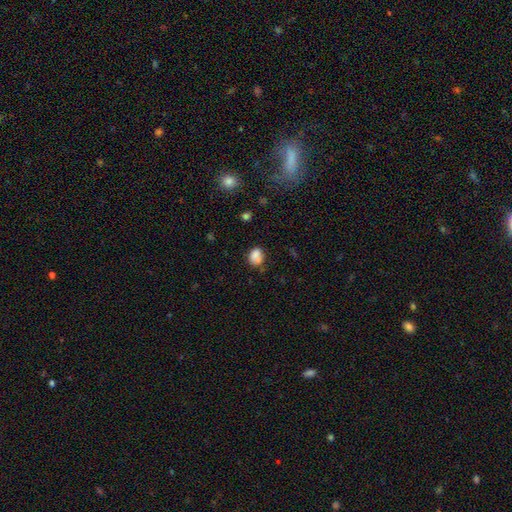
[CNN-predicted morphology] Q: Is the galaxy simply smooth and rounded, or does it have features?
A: smooth — 83%.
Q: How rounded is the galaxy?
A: in between — 55%.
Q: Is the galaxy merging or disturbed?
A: none — 60%.